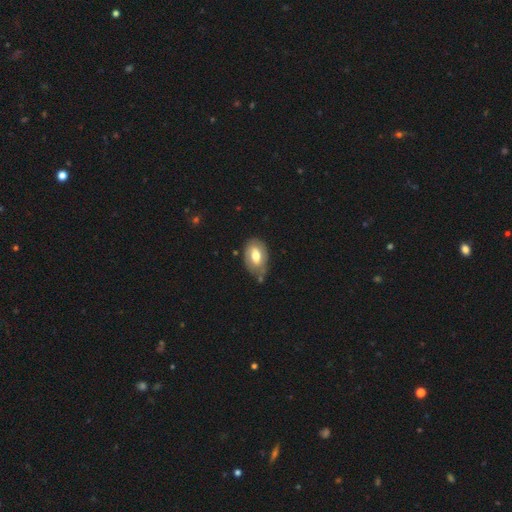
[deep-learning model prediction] Smooth or featured?
  - smooth: 58% *
  - featured or disk: 36%
  - star or artifact: 6%
How rounded?
  - in between: 90% *
  - round: 8%
  - cigar-shaped: 2%
Merging?
  - none: 63% *
  - minor disturbance: 25%
  - major disturbance: 6%
  - merger: 6%